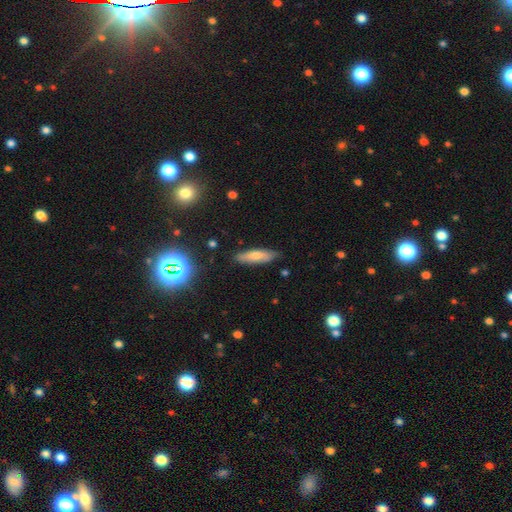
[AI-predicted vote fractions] Smooth or featured? smooth (68%)
How rounded? cigar-shaped (60%)
Merging? none (82%)